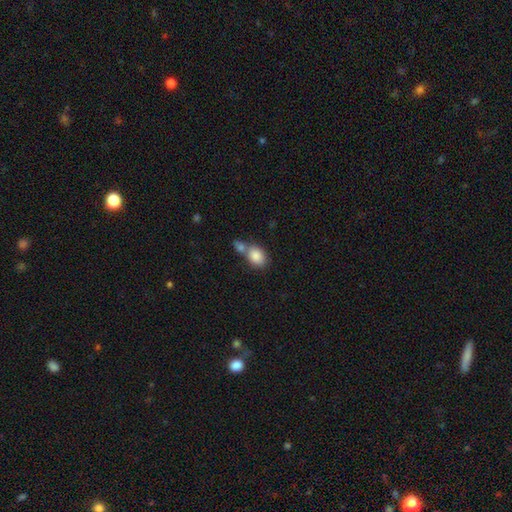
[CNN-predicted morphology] Smooth or featured?
  - smooth: 85% *
  - star or artifact: 8%
  - featured or disk: 7%
How rounded?
  - in between: 70% *
  - round: 28%
  - cigar-shaped: 2%
Merging?
  - merger: 50% *
  - none: 36%
  - minor disturbance: 10%
  - major disturbance: 4%